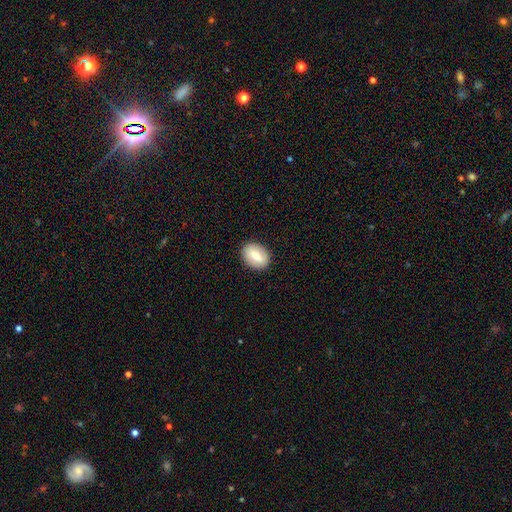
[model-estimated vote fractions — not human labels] Q: Smooth or featured?
A: smooth (69%); runner-up: featured or disk (24%)
Q: How rounded?
A: in between (70%); runner-up: round (29%)
Q: Merging?
A: none (88%); runner-up: minor disturbance (9%)